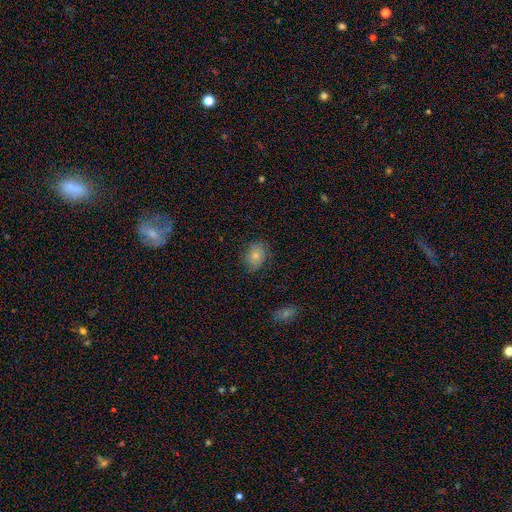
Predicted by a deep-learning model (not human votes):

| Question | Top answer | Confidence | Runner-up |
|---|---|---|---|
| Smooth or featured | smooth | 74% | featured or disk (17%) |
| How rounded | in between | 56% | round (43%) |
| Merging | none | 75% | minor disturbance (19%) |